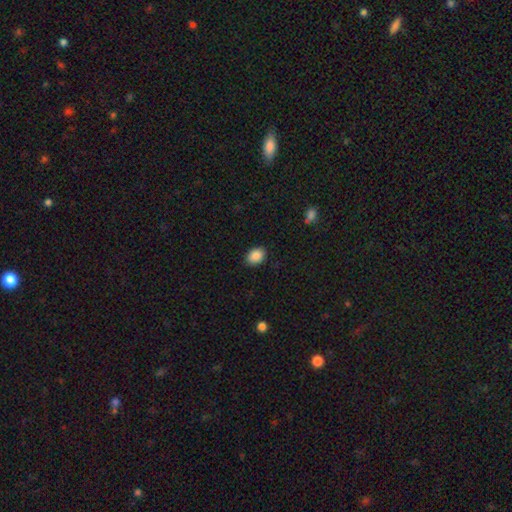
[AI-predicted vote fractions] Smooth or featured?
  - smooth: 88% *
  - star or artifact: 8%
  - featured or disk: 4%
How rounded?
  - in between: 69% *
  - round: 30%
  - cigar-shaped: 1%
Merging?
  - none: 89% *
  - minor disturbance: 8%
  - major disturbance: 2%
  - merger: 1%